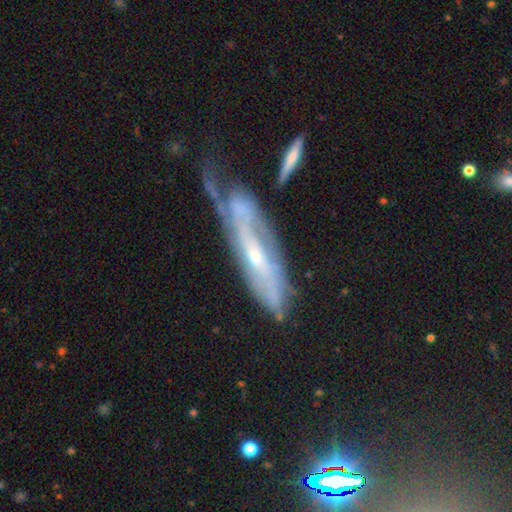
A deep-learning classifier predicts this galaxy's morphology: A featured or disk galaxy (78%) with no bar (46%), spiral arms (83%) and a small central bulge (65%).

Vote fractions:
- Smooth or featured? featured or disk: 78% / smooth: 14% / star or artifact: 9%
- Edge-on disk? no: 73% / yes: 27%
- Bar? no: 46% / weak: 35% / strong: 19%
- Spiral arms? yes: 83% / no: 17%
- Bulge size? small: 65% / moderate: 31% / none: 2% / large: 1% / dominant: 1%
- Merging? none: 34% / minor disturbance: 27% / major disturbance: 25% / merger: 14%